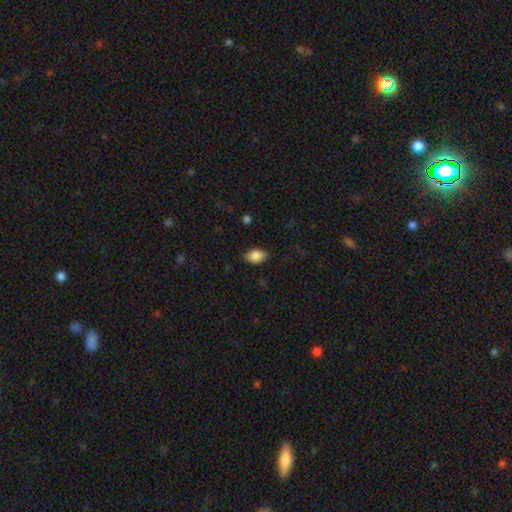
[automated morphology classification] smooth_or_featured: smooth (p=0.86) [alt: star or artifact p=0.08]
how_rounded: in between (p=0.90) [alt: round p=0.09]
merging: none (p=0.86) [alt: minor disturbance p=0.11]